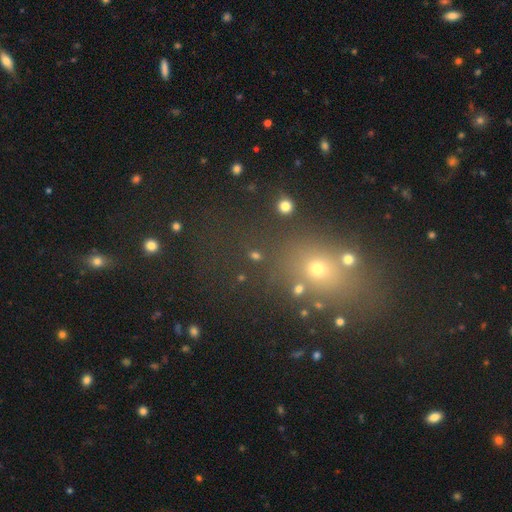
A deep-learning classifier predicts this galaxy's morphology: This appears to be a smooth galaxy with no disk features (51%) that is in between round and cigar-shaped (51%). Merging: none (71%).